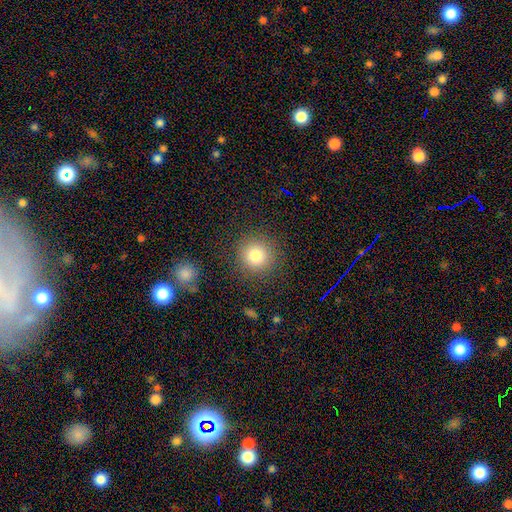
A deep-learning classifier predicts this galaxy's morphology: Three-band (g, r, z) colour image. It shows a smooth galaxy with no disk features (80%) that is round (94%). Merging: none (88%).